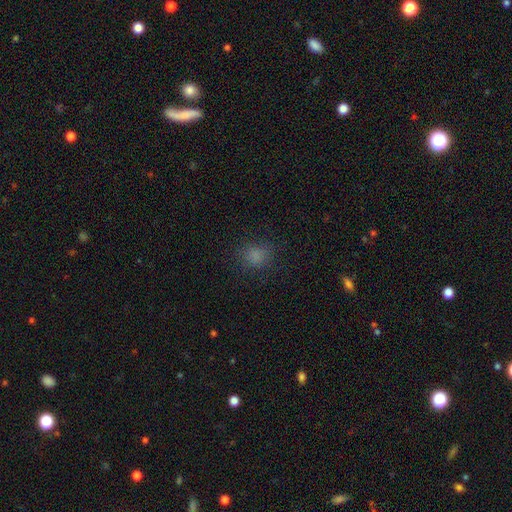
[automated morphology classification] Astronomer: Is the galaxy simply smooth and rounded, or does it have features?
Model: smooth — 78%.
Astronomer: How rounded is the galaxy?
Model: round — 72%.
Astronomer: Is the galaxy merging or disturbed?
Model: none — 80%.